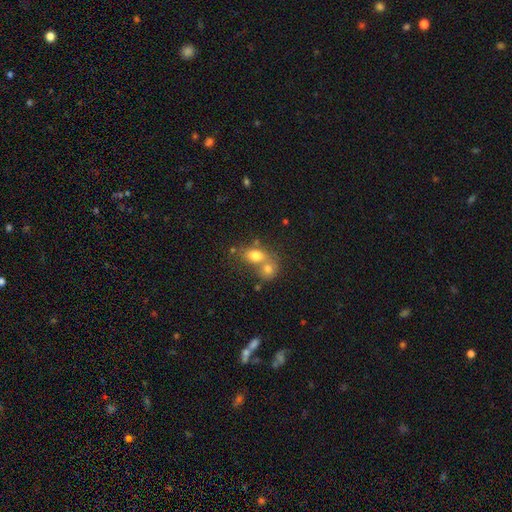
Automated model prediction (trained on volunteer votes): Overall: smooth (75%). How rounded: in between (65%; round 33%). Merging: merger (60%; none 28%).